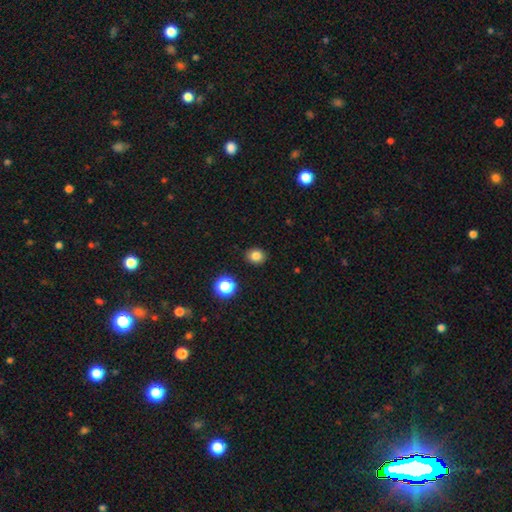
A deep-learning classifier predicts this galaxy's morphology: This is clearly a smooth galaxy (82%). How rounded: likely round (65%). Merging: clearly none (89%).